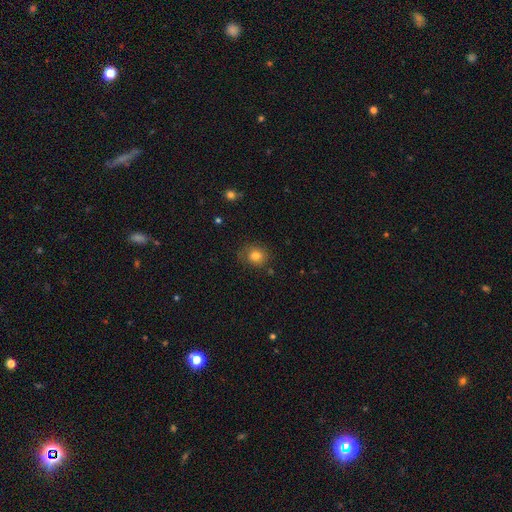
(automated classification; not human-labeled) Smooth or featured? smooth (80%)
How rounded? round (74%)
Merging? none (78%)